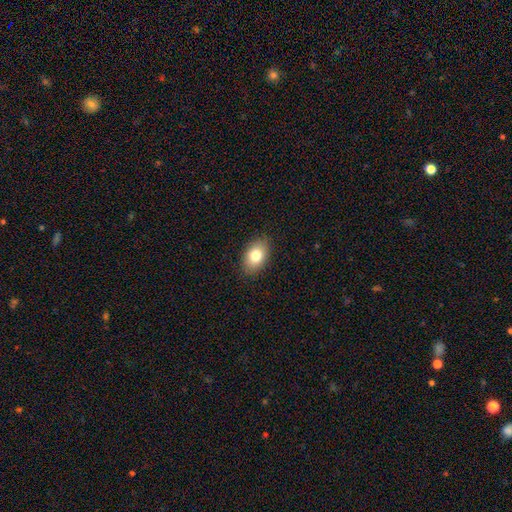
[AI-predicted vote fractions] A smooth galaxy with no disk features (81%) that is in between round and cigar-shaped (86%).

Vote fractions:
- Smooth or featured? smooth: 81% / featured or disk: 11% / star or artifact: 8%
- How rounded? in between: 86% / round: 13% / cigar-shaped: 1%
- Merging? none: 88% / minor disturbance: 9% / major disturbance: 2% / merger: 1%